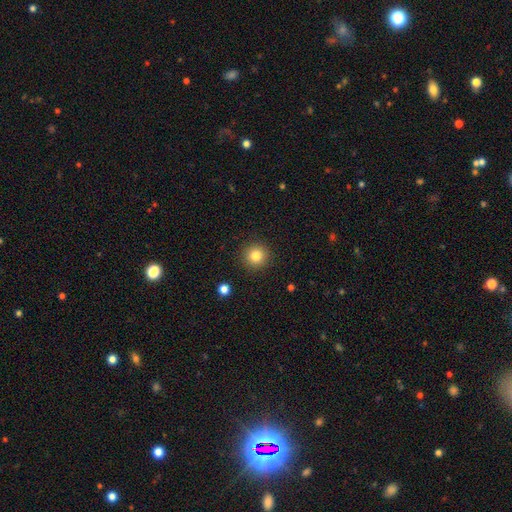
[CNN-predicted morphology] A smooth galaxy with no disk features (82%) that is round (95%). Merging: none (92%).